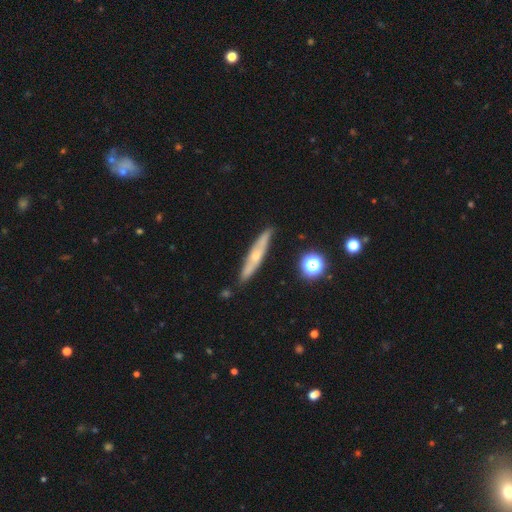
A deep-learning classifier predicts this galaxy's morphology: A featured or disk galaxy (56%) viewed edge-on (84%).

Vote fractions:
- Smooth or featured? featured or disk: 56% / smooth: 37% / star or artifact: 8%
- Edge-on disk? yes: 84% / no: 16%
- Merging? none: 86% / minor disturbance: 10% / major disturbance: 2% / merger: 2%